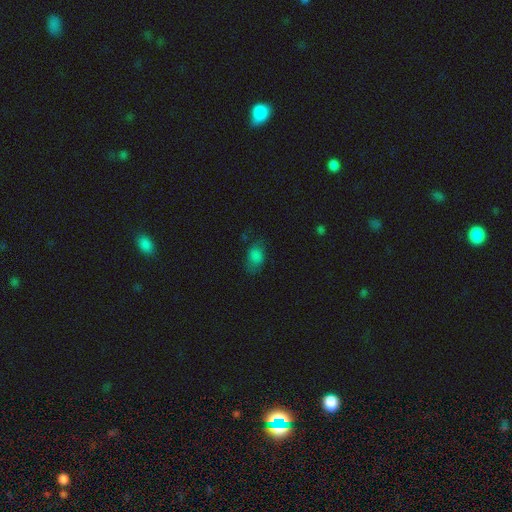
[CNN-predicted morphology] type=smooth (76%); roundness=in between (84%); merging=none (59%).